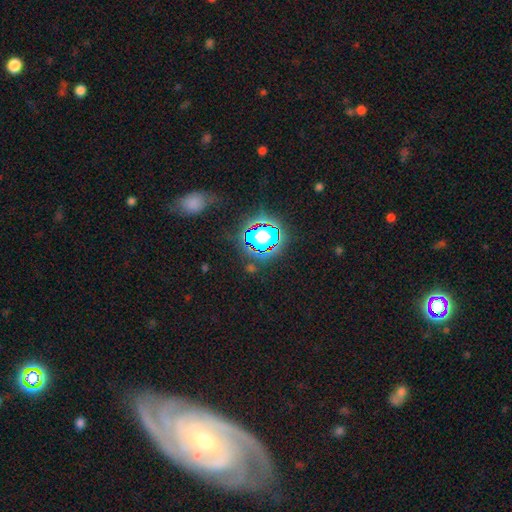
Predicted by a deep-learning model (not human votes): Smooth or featured? featured or disk (69%)
Edge-on disk? no (91%)
Bar? no (54%)
Spiral arms? yes (94%)
Spiral winding? tight (72%)
Spiral arm count? 2 (38%)
Bulge size? small (69%)
Merging? none (81%)